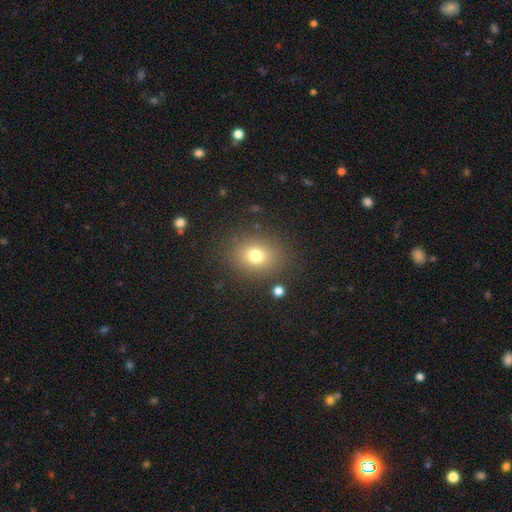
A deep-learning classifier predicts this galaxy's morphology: Smooth or featured: smooth — 76% (star or artifact — 14%)
How rounded: round — 58% (in between — 41%)
Merging: none — 84% (minor disturbance — 9%)